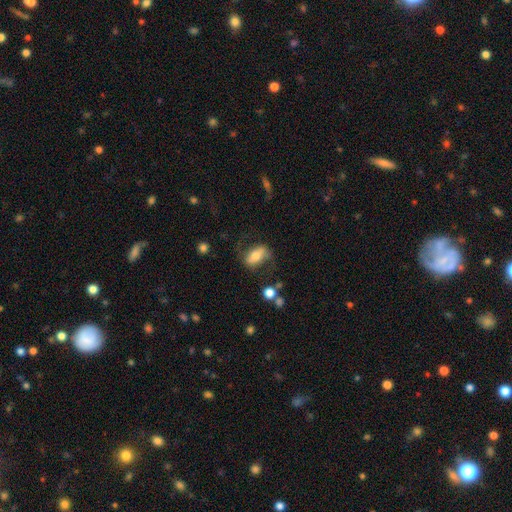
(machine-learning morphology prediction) A smooth galaxy with no disk features (52%) that is in between round and cigar-shaped (82%).

Vote fractions:
- Smooth or featured? smooth: 52% / featured or disk: 40% / star or artifact: 8%
- How rounded? in between: 82% / round: 9% / cigar-shaped: 8%
- Merging? none: 59% / minor disturbance: 21% / major disturbance: 15% / merger: 4%